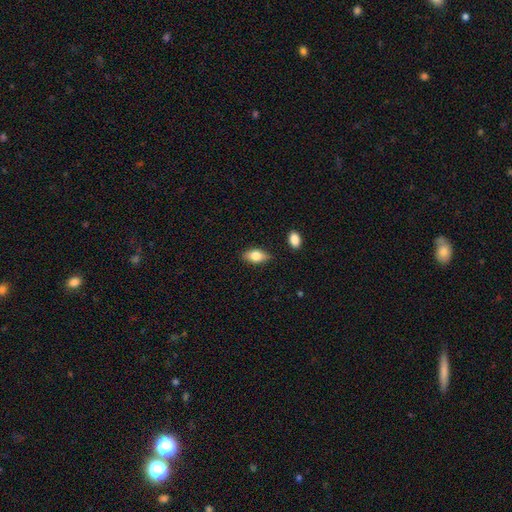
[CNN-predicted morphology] This is likely a smooth galaxy (77%). How rounded: clearly in between (88%). Merging: clearly none (83%).